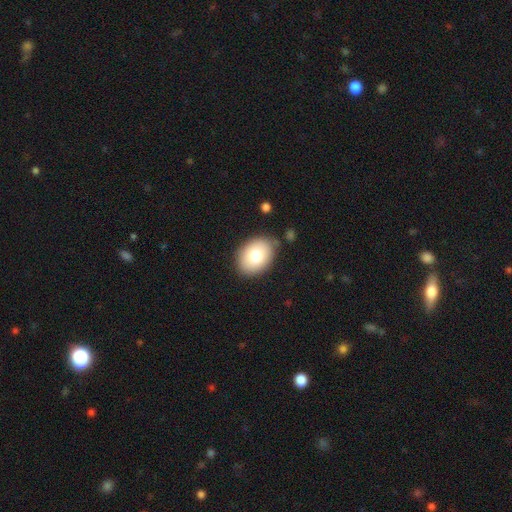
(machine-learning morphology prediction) Smooth or featured? smooth (78%)
How rounded? in between (75%)
Merging? none (83%)